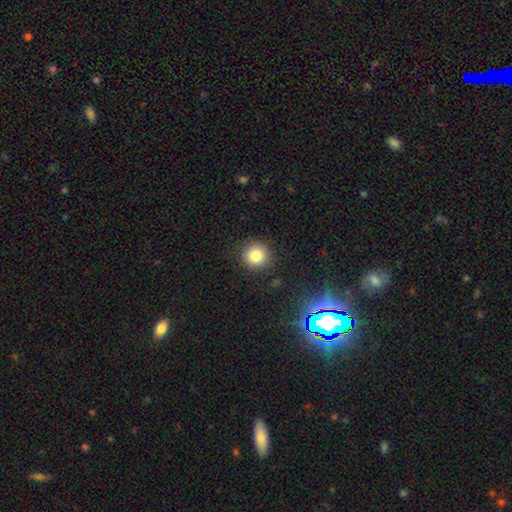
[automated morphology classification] Q: Smooth or featured?
A: smooth (83%); runner-up: star or artifact (11%)
Q: How rounded?
A: round (92%); runner-up: in between (7%)
Q: Merging?
A: none (89%); runner-up: minor disturbance (7%)